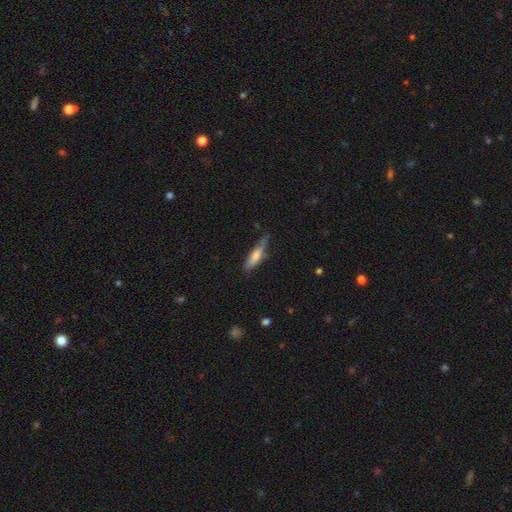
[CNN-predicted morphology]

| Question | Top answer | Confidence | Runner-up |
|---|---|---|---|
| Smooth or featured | smooth | 67% | featured or disk (27%) |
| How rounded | cigar-shaped | 73% | in between (25%) |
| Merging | none | 53% | minor disturbance (34%) |